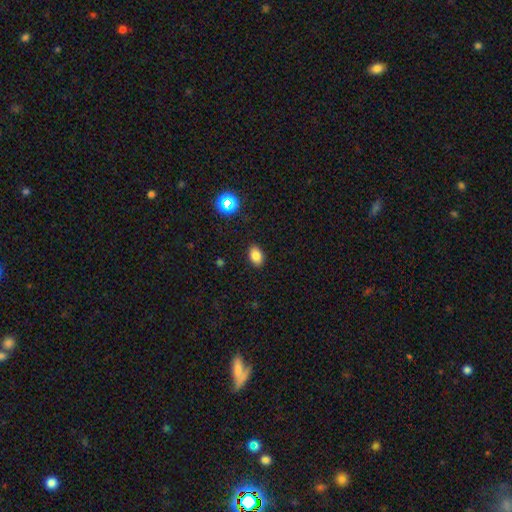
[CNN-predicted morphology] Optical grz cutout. It shows a smooth galaxy with no disk features (82%) that is in between round and cigar-shaped (83%). Merging: none (88%).